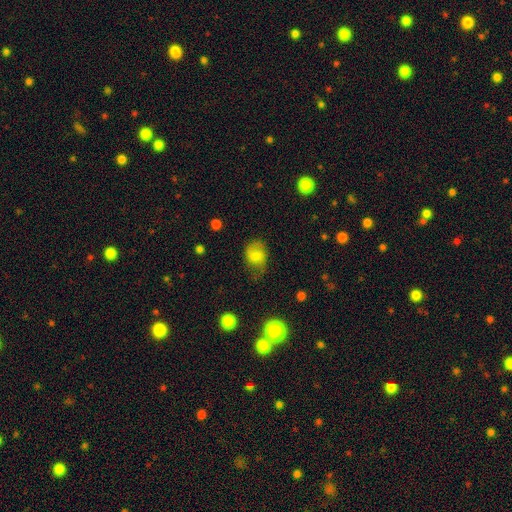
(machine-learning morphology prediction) type=smooth (66%); roundness=in between (62%); merging=none (52%).